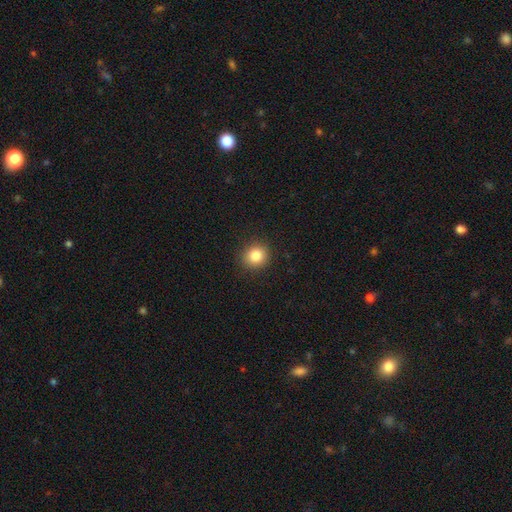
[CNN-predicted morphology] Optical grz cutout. It shows a smooth galaxy with no disk features (84%) that is round (85%). Merging: none (91%).